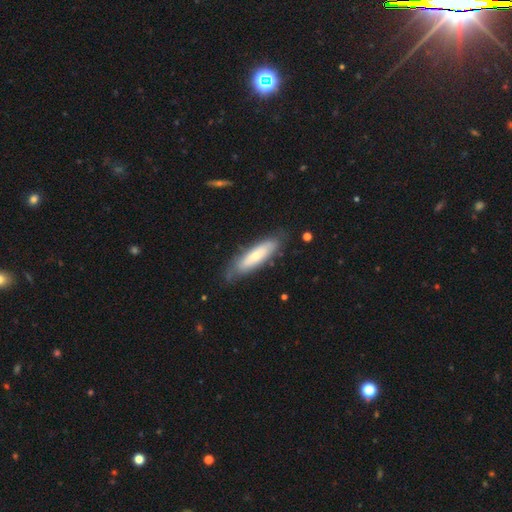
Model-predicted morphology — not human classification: Smooth or featured? Predicted: smooth (p=0.56). How rounded? Predicted: cigar-shaped (p=0.60). Merging? Predicted: none (p=0.73).